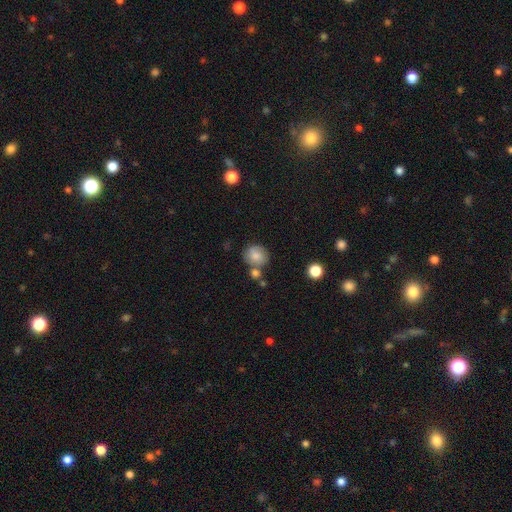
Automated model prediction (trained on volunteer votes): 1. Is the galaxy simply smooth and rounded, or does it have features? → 80% smooth, 11% featured or disk, 9% star or artifact.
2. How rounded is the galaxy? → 80% round, 19% in between, 1% cigar-shaped.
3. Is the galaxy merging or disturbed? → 61% none, 19% merger, 15% minor disturbance, 5% major disturbance.